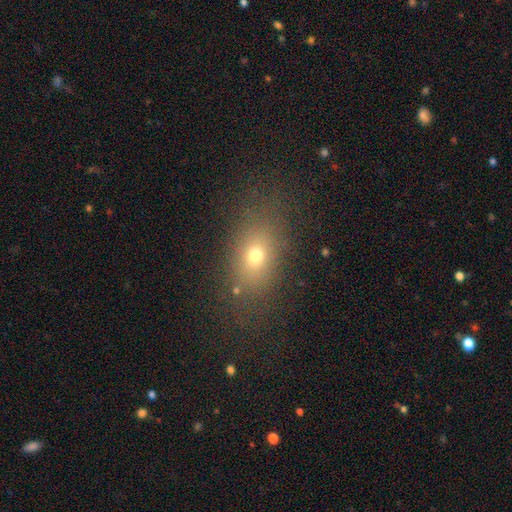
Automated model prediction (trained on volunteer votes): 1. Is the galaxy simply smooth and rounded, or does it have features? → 69% smooth, 17% star or artifact, 14% featured or disk.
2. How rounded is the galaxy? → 73% in between, 24% round, 3% cigar-shaped.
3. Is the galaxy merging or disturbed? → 79% none, 12% minor disturbance, 7% major disturbance, 2% merger.